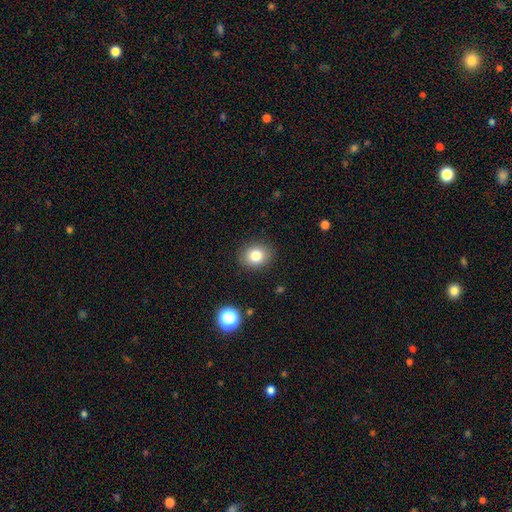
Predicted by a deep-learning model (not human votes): A smooth galaxy with no disk features (81%) that is round (56%). Merging: none (88%).